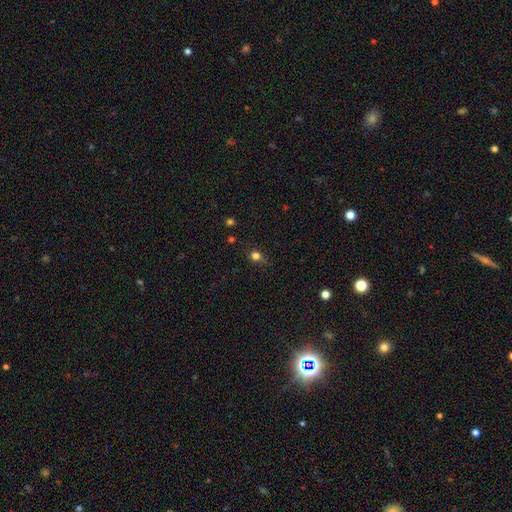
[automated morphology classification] Overall: smooth (67%). How rounded: round (81%). Merging: none (69%).